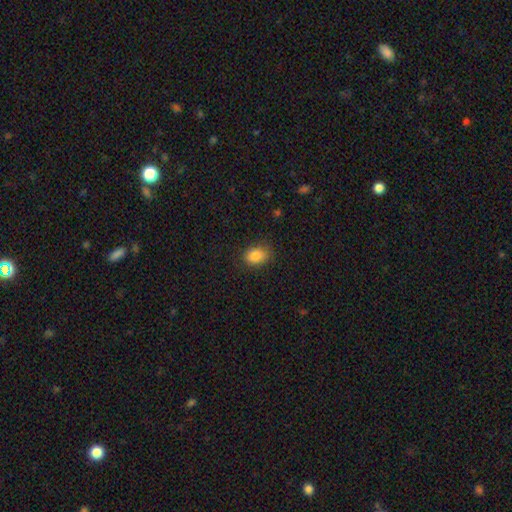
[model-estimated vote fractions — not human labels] This appears to be a smooth galaxy with no disk features (85%) that is in between round and cigar-shaped (73%). Merging: none (81%).